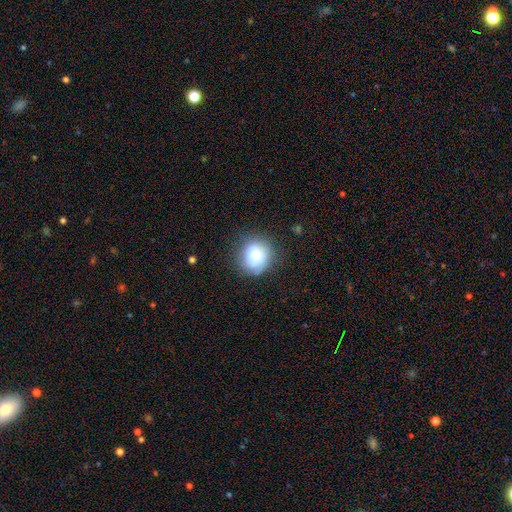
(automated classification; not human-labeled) Smooth or featured? smooth (81%)
How rounded? round (84%)
Merging? none (77%)